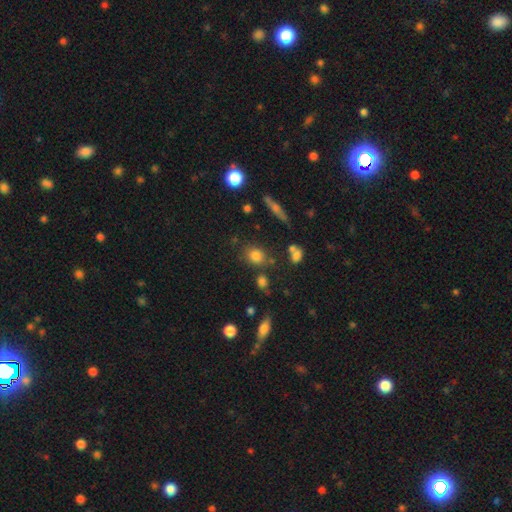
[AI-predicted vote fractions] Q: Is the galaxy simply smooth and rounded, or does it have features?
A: smooth — 78%.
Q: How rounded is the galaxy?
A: round — 65%.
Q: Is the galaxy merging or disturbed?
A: none — 74%.